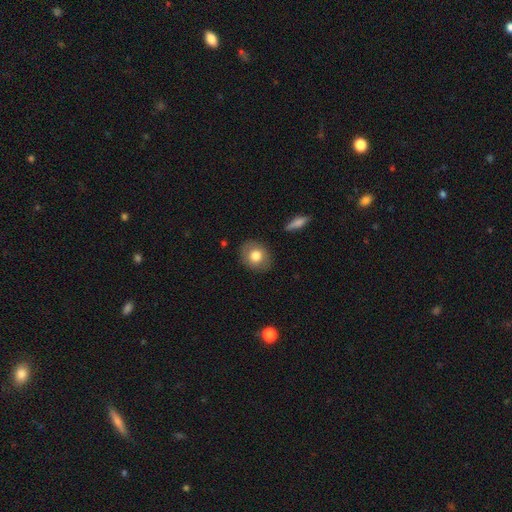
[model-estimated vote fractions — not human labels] Overall: smooth (76%). How rounded: round (65%; in between 34%). Merging: none (86%).